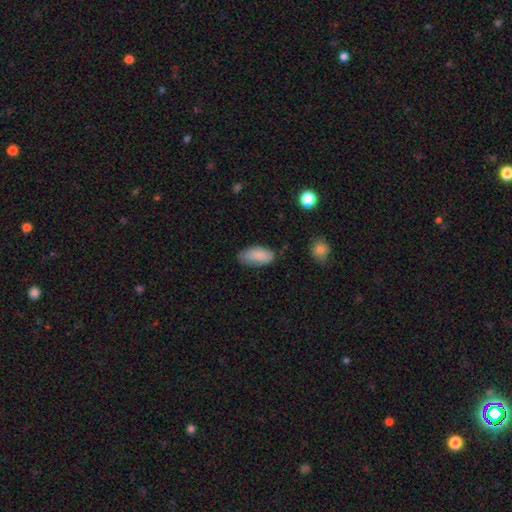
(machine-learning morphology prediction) Smooth or featured? smooth (86%)
How rounded? in between (92%)
Merging? none (65%)